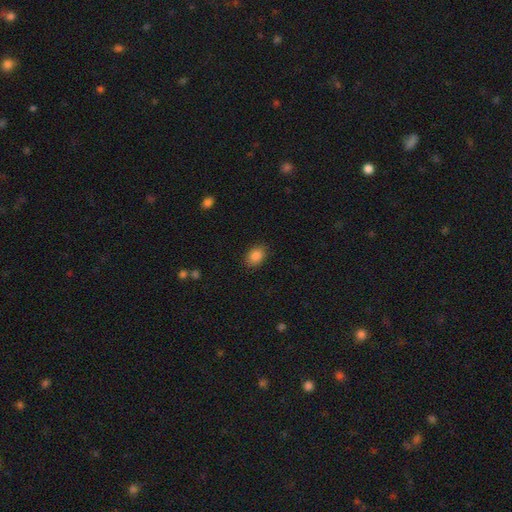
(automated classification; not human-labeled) smooth 87%, star or artifact 9%, featured or disk 4%. Down the decision tree: how rounded — in between (74%); merging — none (86%).